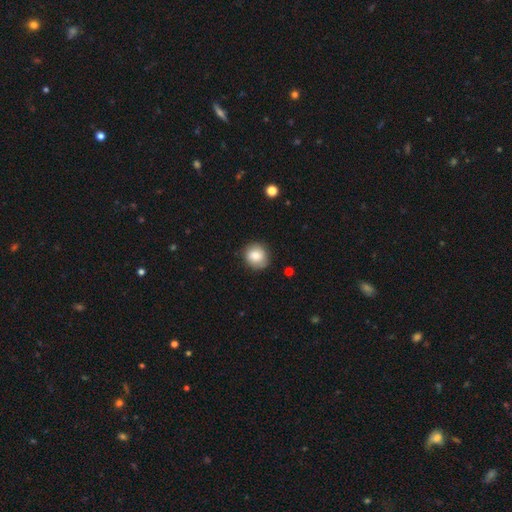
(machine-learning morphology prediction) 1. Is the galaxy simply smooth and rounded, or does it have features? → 80% smooth, 11% featured or disk, 8% star or artifact.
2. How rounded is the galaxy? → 86% round, 13% in between, 1% cigar-shaped.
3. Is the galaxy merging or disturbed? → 83% none, 13% minor disturbance, 3% major disturbance, 1% merger.